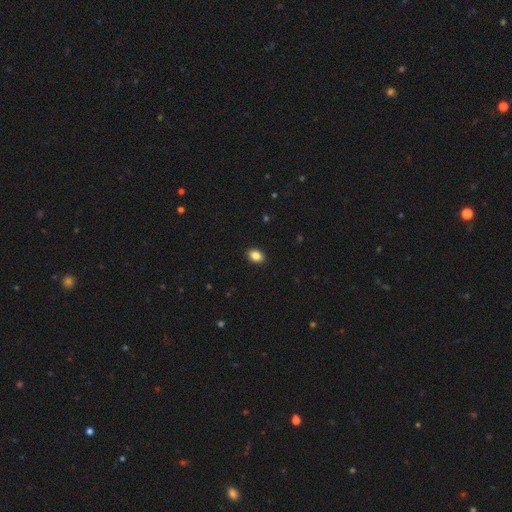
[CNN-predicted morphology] A smooth galaxy with no disk features (86%) that is in between round and cigar-shaped (71%). Merging: none (91%).